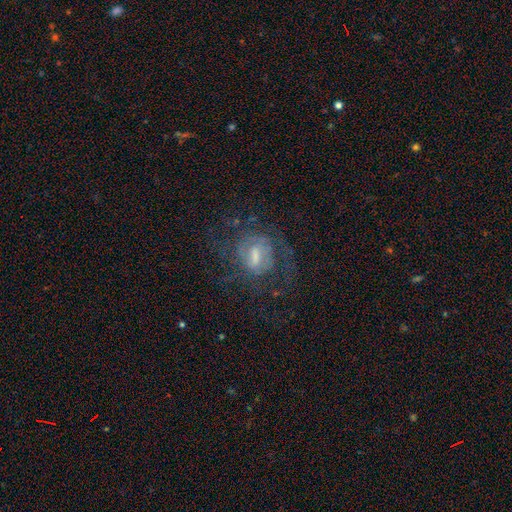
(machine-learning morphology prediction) smooth_or_featured: featured or disk (p=0.68) [alt: smooth p=0.21]
disk_edge_on: no (p=0.96) [alt: yes p=0.04]
bar: weak (p=0.53) [alt: strong p=0.26]
has_spiral_arms: yes (p=0.76) [alt: no p=0.24]
bulge_size: moderate (p=0.40) [alt: small p=0.32]
merging: none (p=0.54) [alt: major disturbance p=0.27]